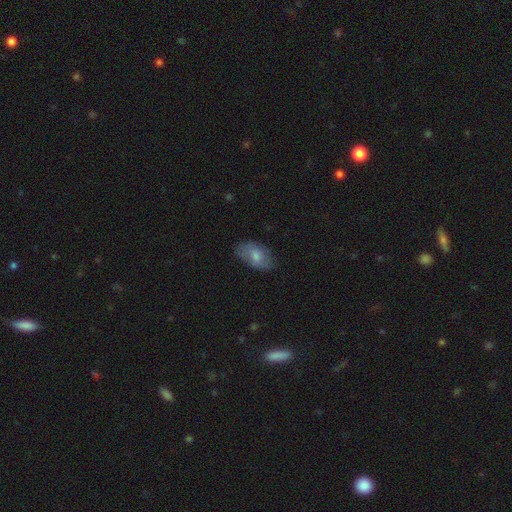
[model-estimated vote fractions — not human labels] Morphology: type=smooth (70%); roundness=in between (93%); merging=none (68%).